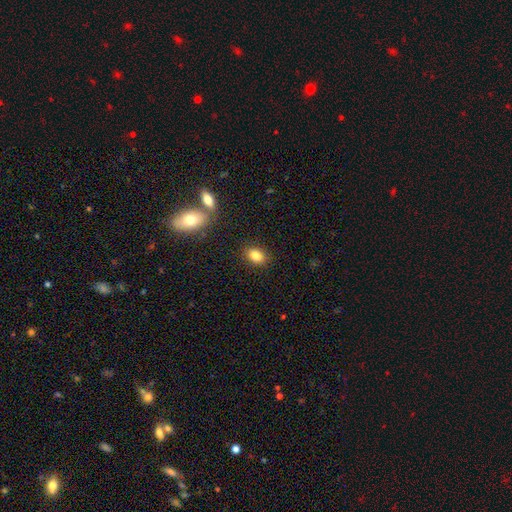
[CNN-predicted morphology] Overall: smooth (83%). How rounded: in between (73%). Merging: none (86%).